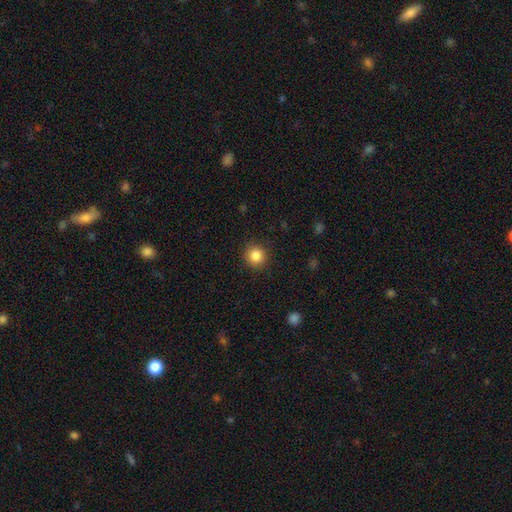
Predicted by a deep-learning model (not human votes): A smooth galaxy with no disk features (85%) that is round (93%).

Vote fractions:
- Smooth or featured? smooth: 85% / star or artifact: 11% / featured or disk: 4%
- How rounded? round: 93% / in between: 6% / cigar-shaped: 1%
- Merging? none: 90% / minor disturbance: 6% / major disturbance: 2% / merger: 1%